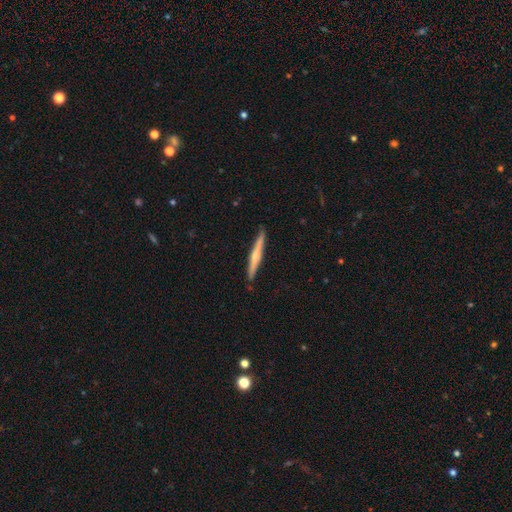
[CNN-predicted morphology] featured or disk 56%, smooth 39%, star or artifact 5%. Down the decision tree: edge-on disk — yes (97%); edge-on bulge — rounded (71%); merging — none (89%).